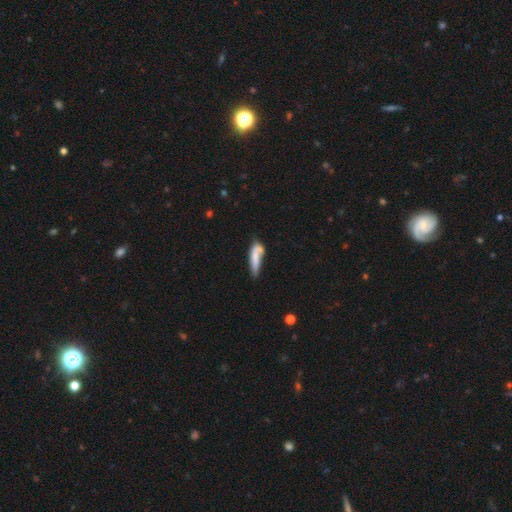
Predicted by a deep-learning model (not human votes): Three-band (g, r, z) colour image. It shows a smooth galaxy with no disk features (68%) that is cigar-shaped (67%). Merging: none (39%).